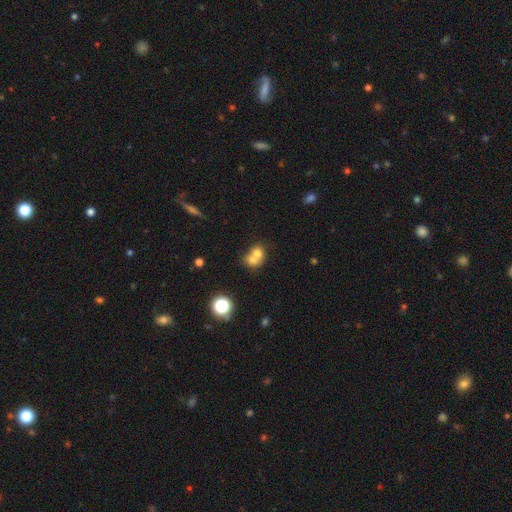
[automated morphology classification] A smooth galaxy with no disk features (69%) that is round (67%). Merging: merger (68%).